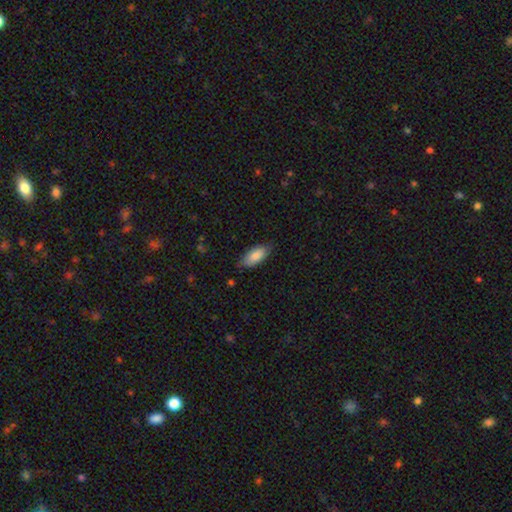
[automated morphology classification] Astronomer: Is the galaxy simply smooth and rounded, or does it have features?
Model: smooth — 85%.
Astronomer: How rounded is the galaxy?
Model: in between — 87%.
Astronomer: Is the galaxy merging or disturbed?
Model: none — 80%.